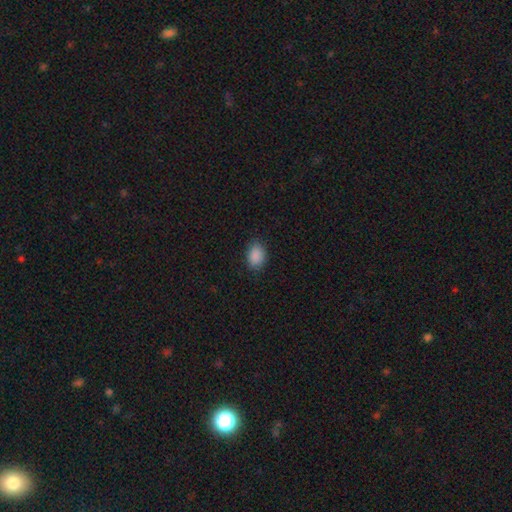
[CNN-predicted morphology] This appears to be a smooth galaxy with no disk features (89%) that is in between round and cigar-shaped (73%). Merging: none (84%).